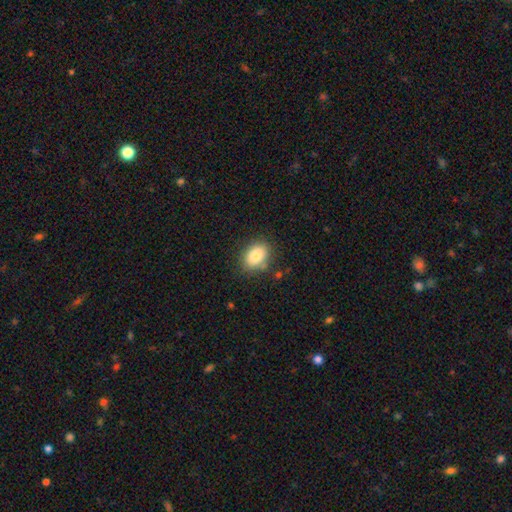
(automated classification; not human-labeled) This appears to be a smooth galaxy with no disk features (84%) that is in between round and cigar-shaped (78%). Merging: none (80%).